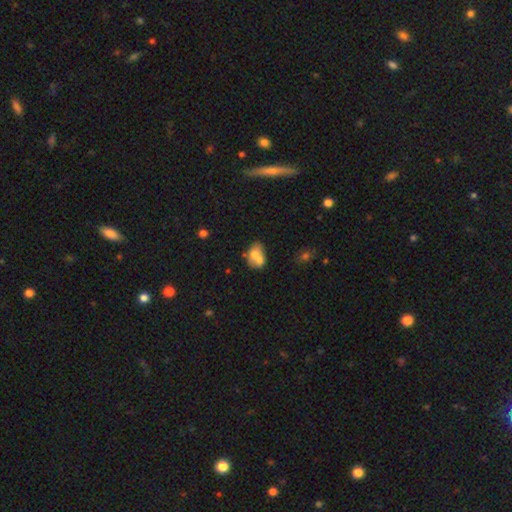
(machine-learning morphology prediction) A smooth galaxy with no disk features (63%) that is in between round and cigar-shaped (65%).

Vote fractions:
- Smooth or featured? smooth: 63% / featured or disk: 28% / star or artifact: 9%
- How rounded? in between: 65% / round: 34% / cigar-shaped: 1%
- Merging? merger: 59% / none: 27% / minor disturbance: 10% / major disturbance: 4%